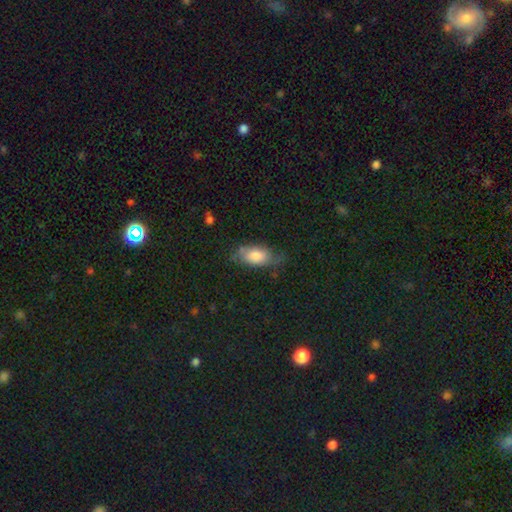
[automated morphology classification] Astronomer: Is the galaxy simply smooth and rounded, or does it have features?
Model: smooth — 74%.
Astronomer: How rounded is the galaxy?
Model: in between — 89%.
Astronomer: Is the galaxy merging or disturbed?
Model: none — 55% (runner-up: minor disturbance, 31%).